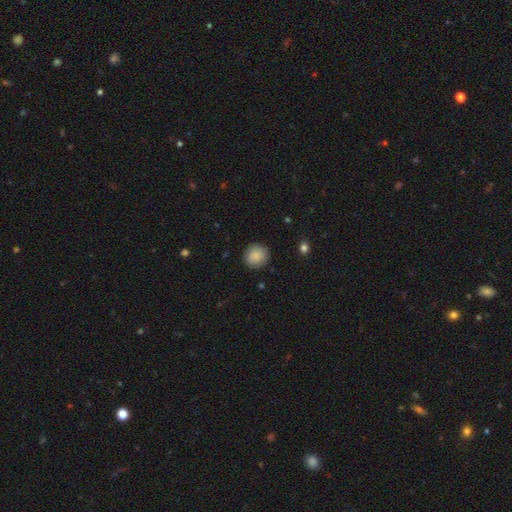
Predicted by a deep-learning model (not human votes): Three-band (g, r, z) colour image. It shows a smooth galaxy with no disk features (88%) that is round (89%). Merging: none (88%).